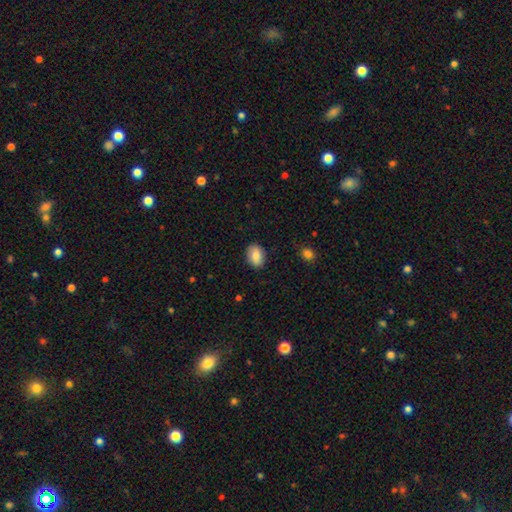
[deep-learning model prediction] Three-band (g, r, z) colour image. It shows a smooth galaxy with no disk features (80%) that is in between round and cigar-shaped (78%). Merging: none (86%).